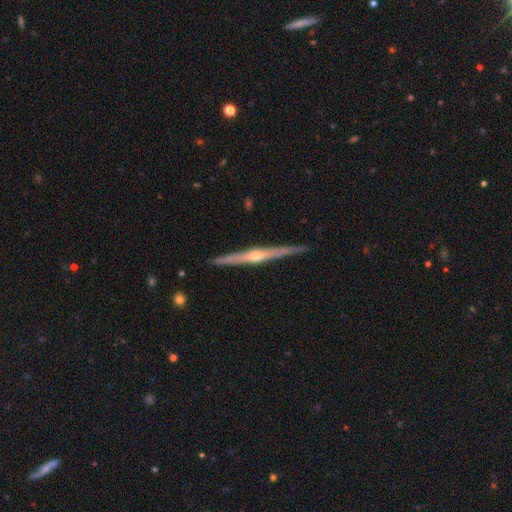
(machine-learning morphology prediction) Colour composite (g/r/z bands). It shows a featured or disk galaxy (83%) viewed edge-on (98%) with a rounded central bulge (88%). Merging: none (91%).